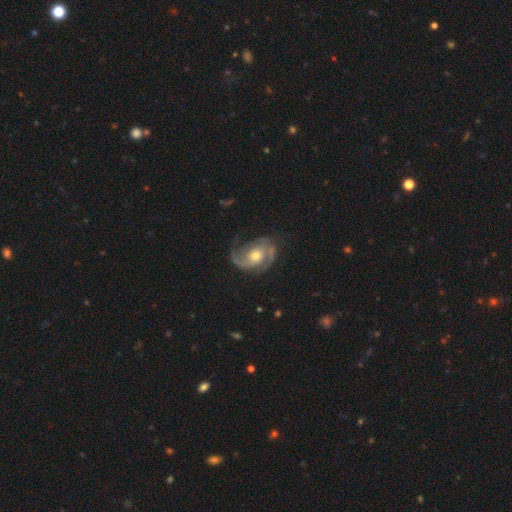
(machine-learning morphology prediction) This is clearly a featured or disk galaxy (88%). It is clearly not viewed edge-on (97%). Bar: likely no (65%). Spiral arm pattern: clearly yes (97%). Spiral arm count: clearly 2 (82%). Spiral winding: possibly medium (51%). Central bulge: likely moderate (70%). Merging: likely none (68%).